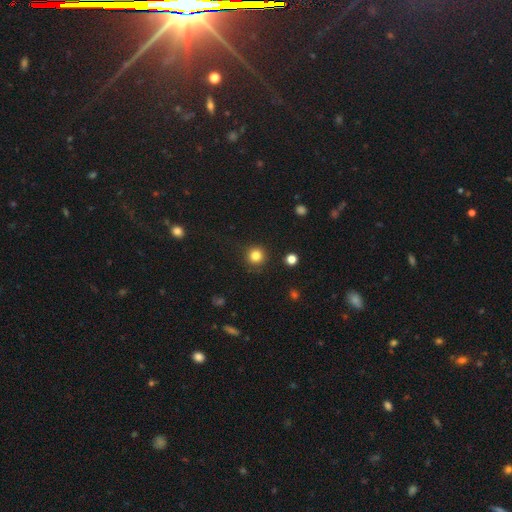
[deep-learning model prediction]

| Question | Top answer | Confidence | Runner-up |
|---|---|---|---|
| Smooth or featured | smooth | 82% | star or artifact (12%) |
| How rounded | round | 95% | in between (5%) |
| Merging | none | 90% | minor disturbance (7%) |